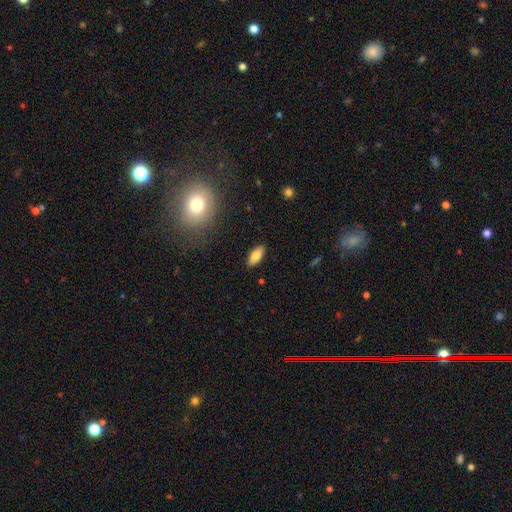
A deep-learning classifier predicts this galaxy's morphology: Smooth or featured?
  - smooth: 79% *
  - featured or disk: 14%
  - star or artifact: 7%
How rounded?
  - in between: 85% *
  - cigar-shaped: 13%
  - round: 2%
Merging?
  - none: 88% *
  - minor disturbance: 9%
  - major disturbance: 2%
  - merger: 1%